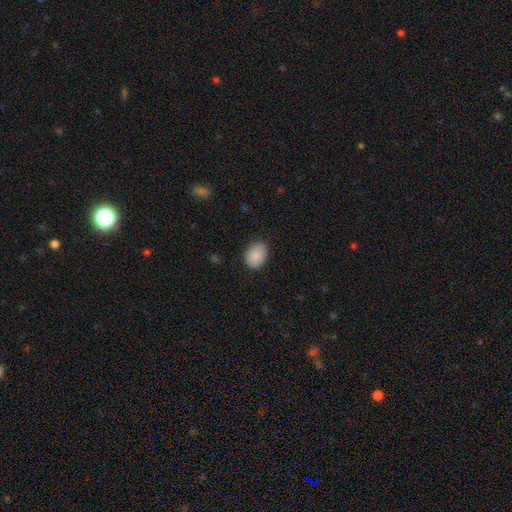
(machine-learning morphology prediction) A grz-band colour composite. It shows a smooth galaxy with no disk features (88%) that is in between round and cigar-shaped (77%). Merging: none (81%).